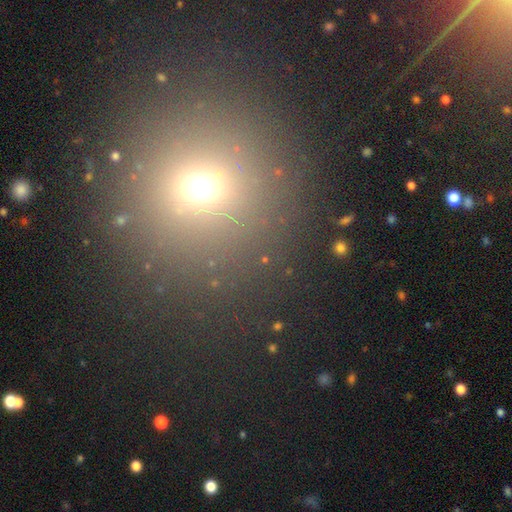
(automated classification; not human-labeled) Smooth or featured: smooth — 53% (star or artifact — 38%)
How rounded: round — 91% (in between — 8%)
Merging: none — 88% (minor disturbance — 6%)